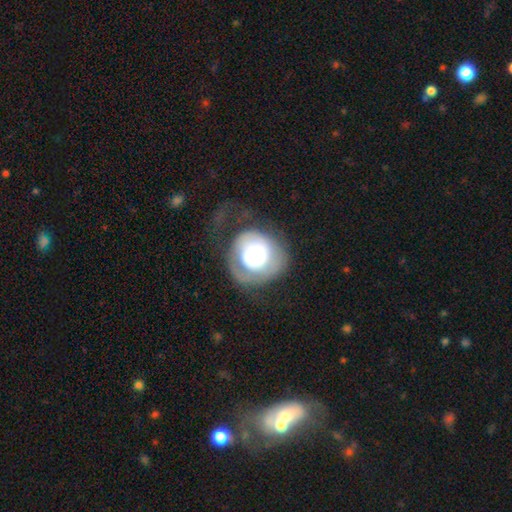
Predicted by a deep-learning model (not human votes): Smooth or featured? smooth (53%)
How rounded? round (85%)
Merging? major disturbance (40%)